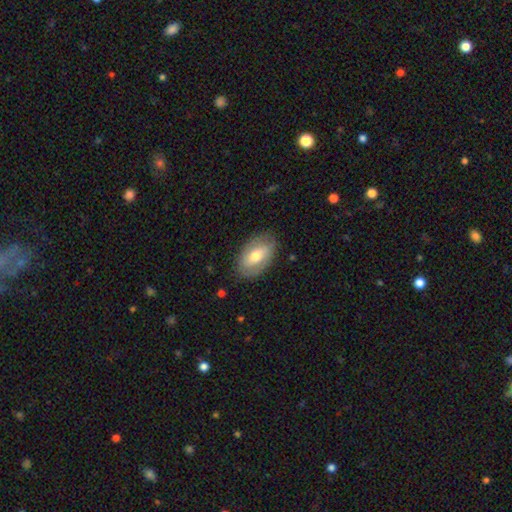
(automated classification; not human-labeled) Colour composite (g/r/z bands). It shows a smooth galaxy with no disk features (48%). Merging: none (81%).